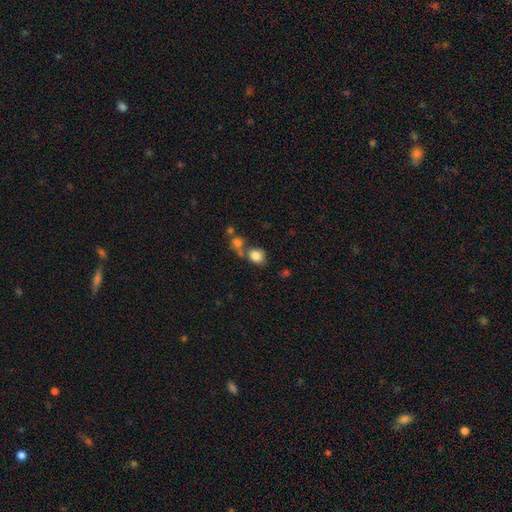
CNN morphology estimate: Q: Smooth or featured?
A: smooth (82%); runner-up: star or artifact (10%)
Q: How rounded?
A: round (65%); runner-up: in between (34%)
Q: Merging?
A: none (51%); runner-up: merger (32%)